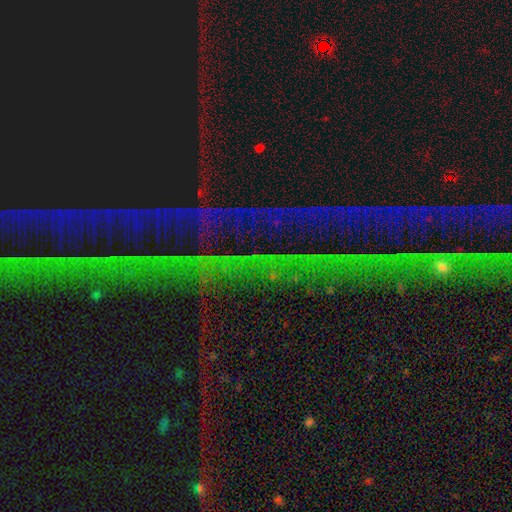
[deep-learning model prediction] Smooth or featured?
  - star or artifact: 86% *
  - featured or disk: 8%
  - smooth: 6%